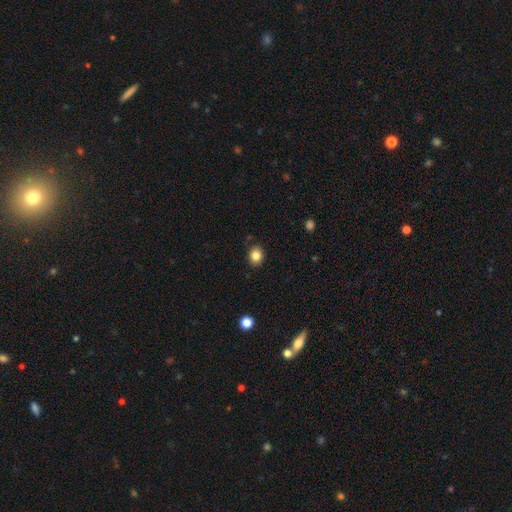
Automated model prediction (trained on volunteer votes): The model was most divided on "how rounded": round: 59%, in between: 40%, cigar-shaped: 1%. More confident: merging — none (87%); smooth or featured — smooth (83%).